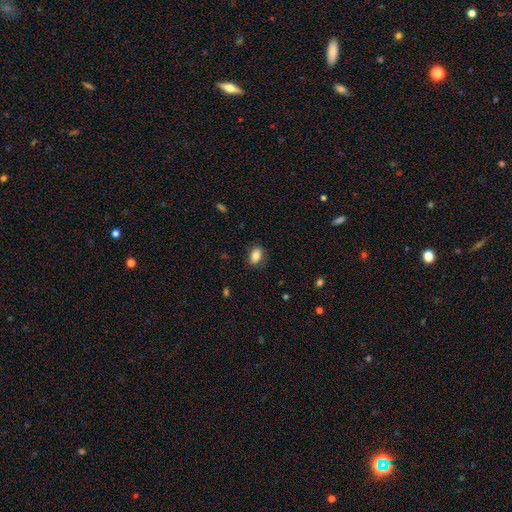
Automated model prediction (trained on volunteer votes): Q: Smooth or featured?
A: smooth (83%); runner-up: featured or disk (9%)
Q: How rounded?
A: in between (85%); runner-up: round (13%)
Q: Merging?
A: none (83%); runner-up: minor disturbance (13%)